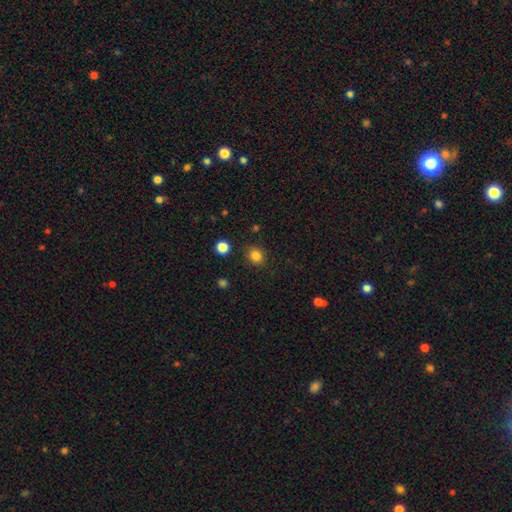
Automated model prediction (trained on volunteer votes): Overall: smooth (83%). How rounded: round (70%). Merging: none (86%).